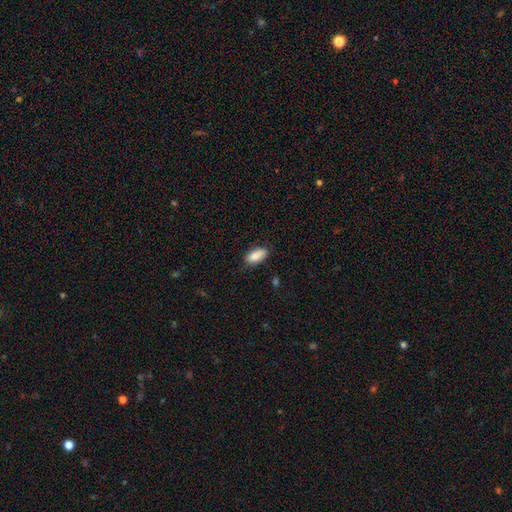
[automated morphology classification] A smooth galaxy with no disk features (87%) that is in between round and cigar-shaped (87%). Merging: none (79%).